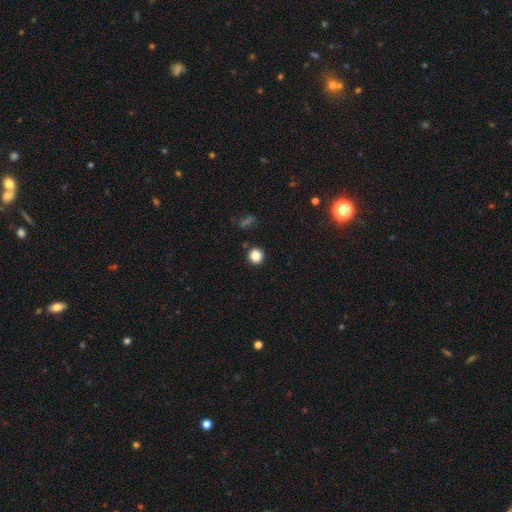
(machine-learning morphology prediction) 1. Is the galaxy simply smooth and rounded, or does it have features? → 85% smooth, 11% star or artifact, 4% featured or disk.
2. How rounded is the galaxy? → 89% round, 10% in between, 1% cigar-shaped.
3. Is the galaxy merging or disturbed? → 89% none, 7% minor disturbance, 3% merger, 2% major disturbance.